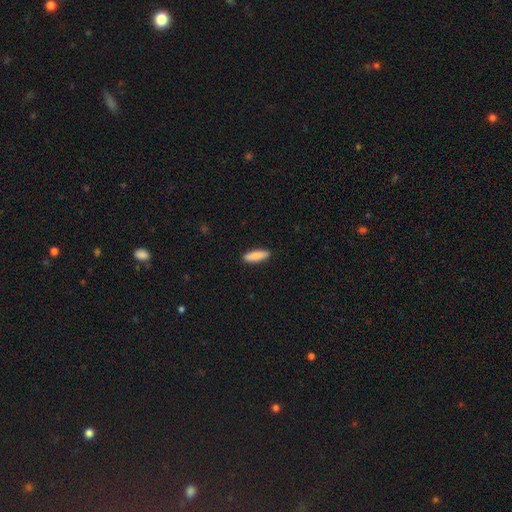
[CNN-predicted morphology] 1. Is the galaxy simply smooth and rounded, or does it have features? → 88% smooth, 7% featured or disk, 5% star or artifact.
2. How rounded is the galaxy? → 56% cigar-shaped, 42% in between, 2% round.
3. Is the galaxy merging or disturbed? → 90% none, 7% minor disturbance, 2% major disturbance, 1% merger.